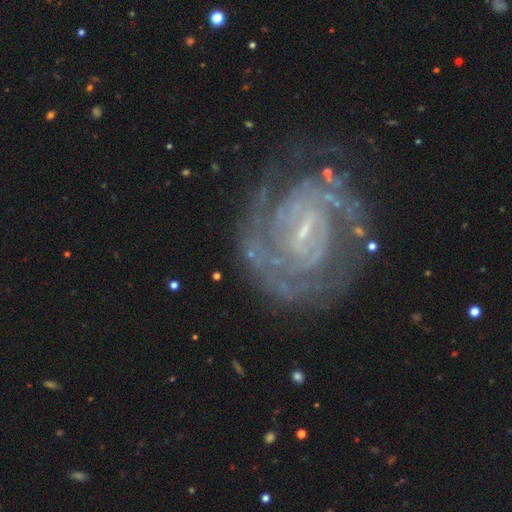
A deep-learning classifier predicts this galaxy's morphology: Smooth or featured: featured or disk — 90% (star or artifact — 6%)
Edge-on disk: no — 98% (yes — 2%)
Bar: weak — 50% (strong — 35%)
Spiral arms: yes — 97% (no — 3%)
Spiral winding: tight — 64% (medium — 30%)
Spiral arm count: 2 — 45% (can't tell — 21%)
Bulge size: small — 69% (none — 15%)
Merging: none — 69% (minor disturbance — 17%)